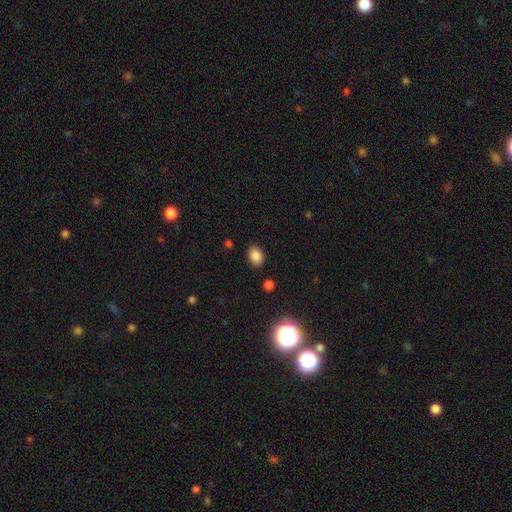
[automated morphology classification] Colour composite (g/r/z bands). It shows a smooth galaxy with no disk features (85%) that is in between round and cigar-shaped (77%). Merging: none (86%).